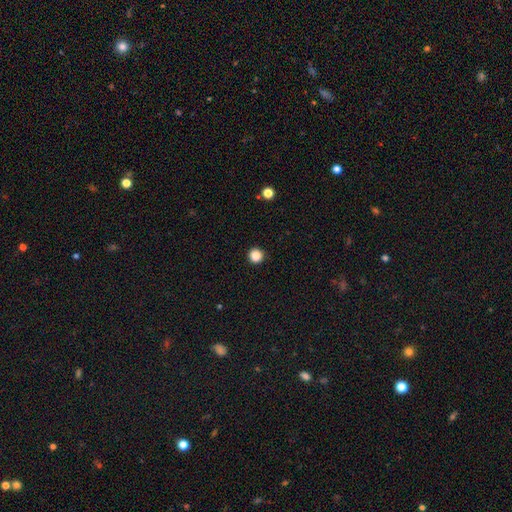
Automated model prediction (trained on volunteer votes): This is clearly a smooth galaxy (86%). How rounded: clearly round (96%). Merging: clearly none (93%).